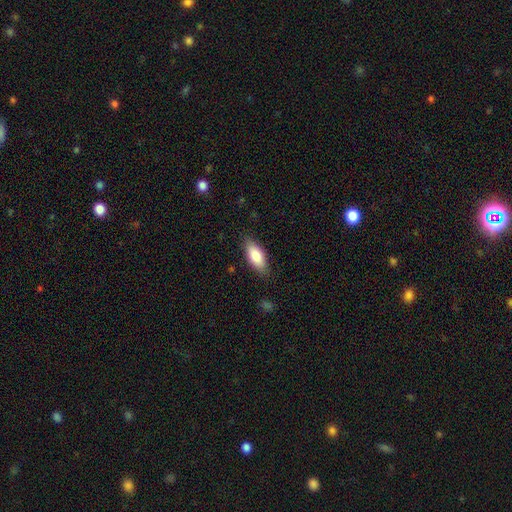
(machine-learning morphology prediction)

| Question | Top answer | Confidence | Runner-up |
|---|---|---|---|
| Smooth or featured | smooth | 82% | featured or disk (12%) |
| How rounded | in between | 81% | cigar-shaped (17%) |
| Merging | none | 83% | minor disturbance (13%) |